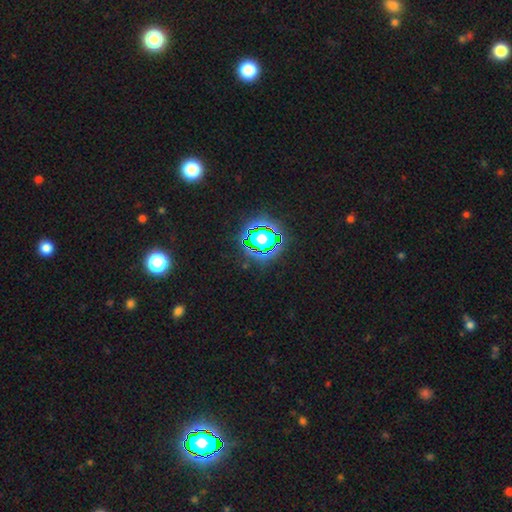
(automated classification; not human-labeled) star or artifact 82%, smooth 11%, featured or disk 7%.